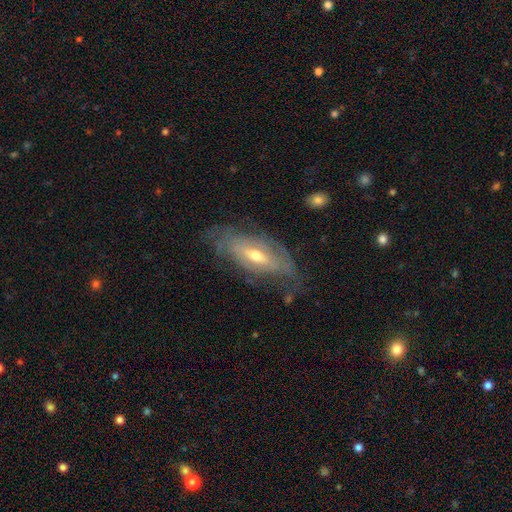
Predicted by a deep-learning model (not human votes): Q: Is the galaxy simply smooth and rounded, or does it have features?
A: featured or disk — 75%.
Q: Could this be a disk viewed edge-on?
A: no — 80%.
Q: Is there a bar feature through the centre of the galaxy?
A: no — 39%.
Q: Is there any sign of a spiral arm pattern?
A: yes — 73%.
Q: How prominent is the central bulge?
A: moderate — 60%.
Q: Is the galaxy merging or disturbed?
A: none — 60%.